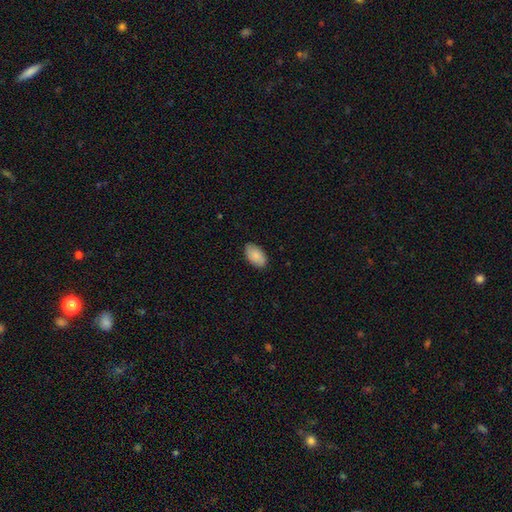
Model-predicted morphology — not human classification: Smooth or featured: smooth — 86% (featured or disk — 8%)
How rounded: in between — 94% (round — 4%)
Merging: none — 84% (minor disturbance — 13%)